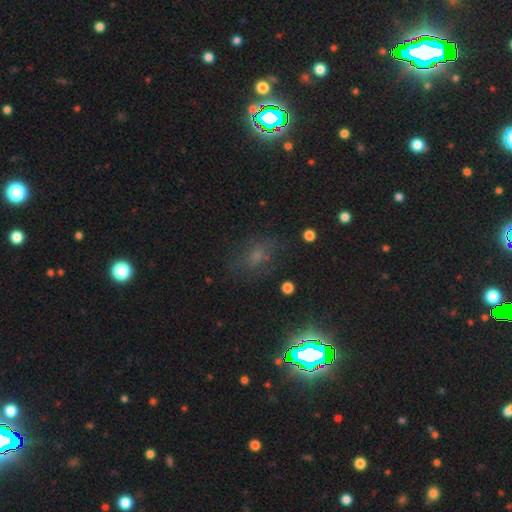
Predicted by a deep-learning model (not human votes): This appears to be a star or artifact, not a galaxy (64%).